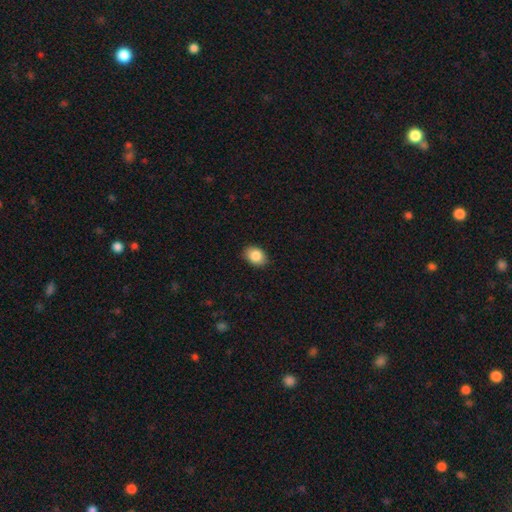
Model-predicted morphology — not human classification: This appears to be a smooth galaxy with no disk features (86%) that is in between round and cigar-shaped (74%). Merging: none (88%).